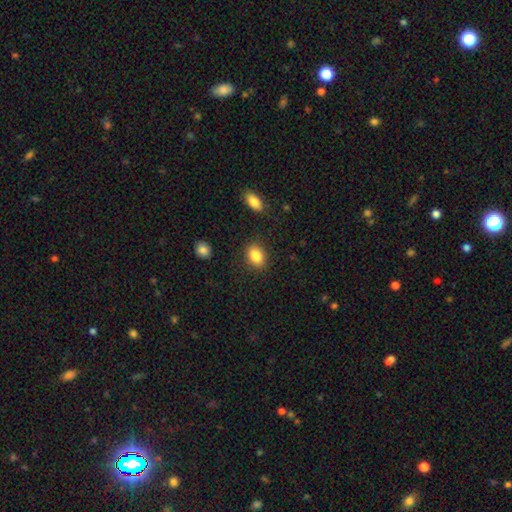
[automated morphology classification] type=smooth (86%); roundness=in between (73%); merging=none (85%).